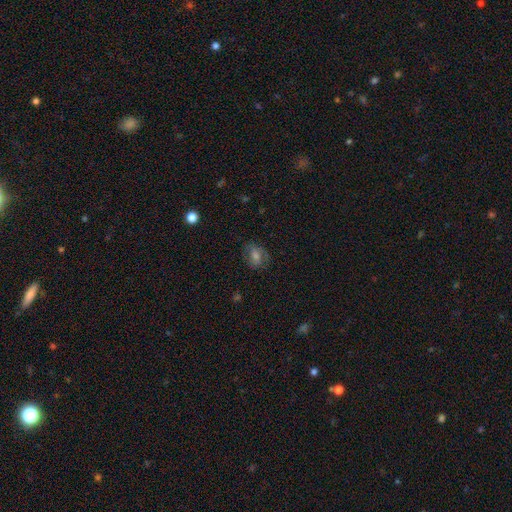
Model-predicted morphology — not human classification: The model was most divided on "how rounded": in between: 51%, round: 47%, cigar-shaped: 2%. More confident: merging — none (73%); smooth or featured — smooth (52%).